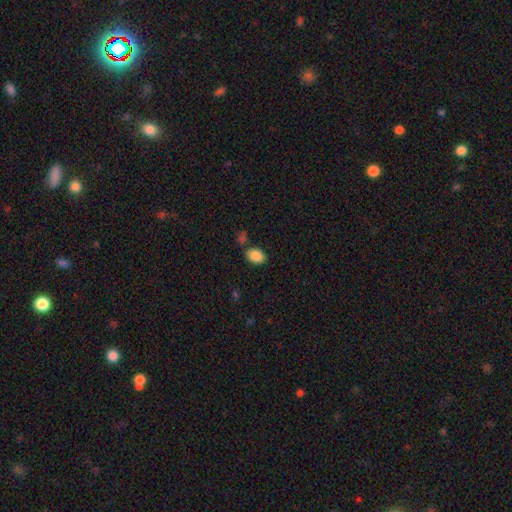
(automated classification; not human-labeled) This appears to be a smooth galaxy with no disk features (87%) that is in between round and cigar-shaped (79%). Merging: none (75%).